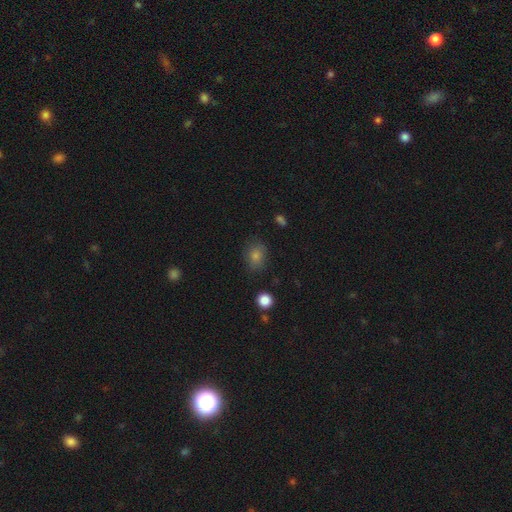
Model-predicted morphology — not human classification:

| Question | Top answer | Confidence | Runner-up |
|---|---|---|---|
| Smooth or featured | smooth | 76% | star or artifact (15%) |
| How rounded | in between | 51% | round (48%) |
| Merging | none | 82% | minor disturbance (13%) |